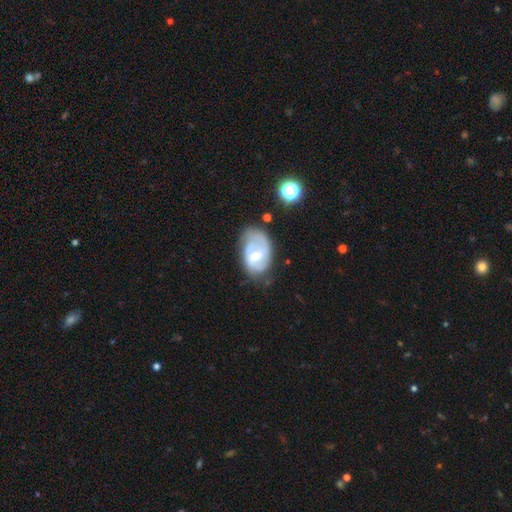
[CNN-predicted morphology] Smooth or featured? featured or disk (65%)
Edge-on disk? no (96%)
Bar? weak (55%)
Spiral arms? yes (79%)
Bulge size? moderate (53%)
Merging? none (45%)